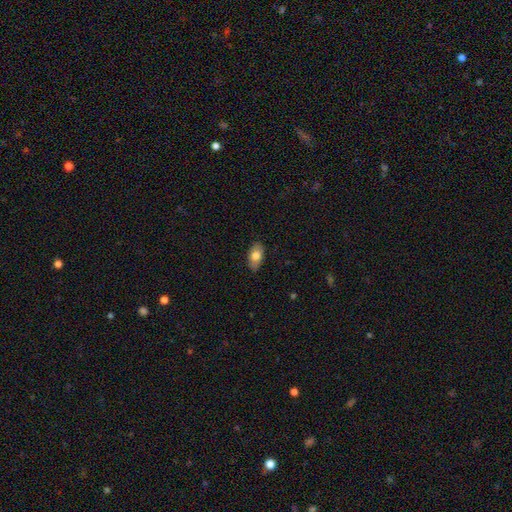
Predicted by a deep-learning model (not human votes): Smooth or featured: smooth — 77% (featured or disk — 16%)
How rounded: in between — 92% (round — 5%)
Merging: none — 85% (minor disturbance — 12%)